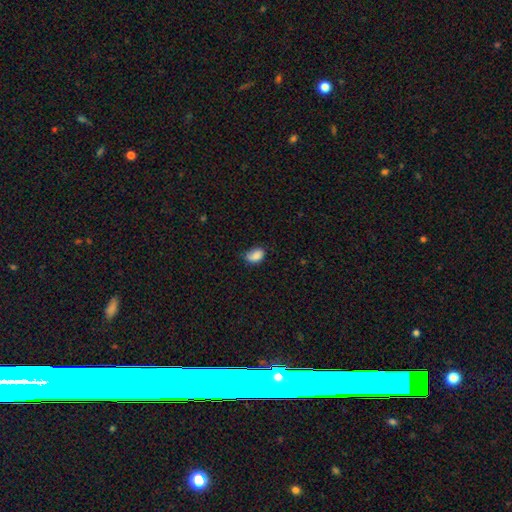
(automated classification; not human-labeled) Smooth or featured: smooth — 81% (featured or disk — 10%)
How rounded: in between — 82% (round — 16%)
Merging: none — 52% (minor disturbance — 34%)